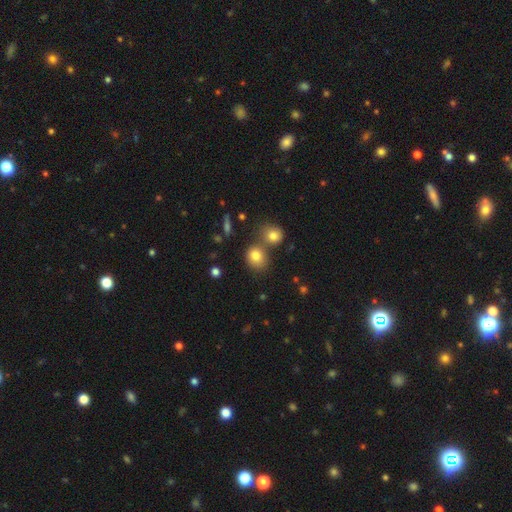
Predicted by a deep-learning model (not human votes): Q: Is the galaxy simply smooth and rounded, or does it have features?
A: smooth — 79%.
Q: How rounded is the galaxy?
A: round — 69%.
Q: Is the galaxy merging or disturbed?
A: none — 54%.